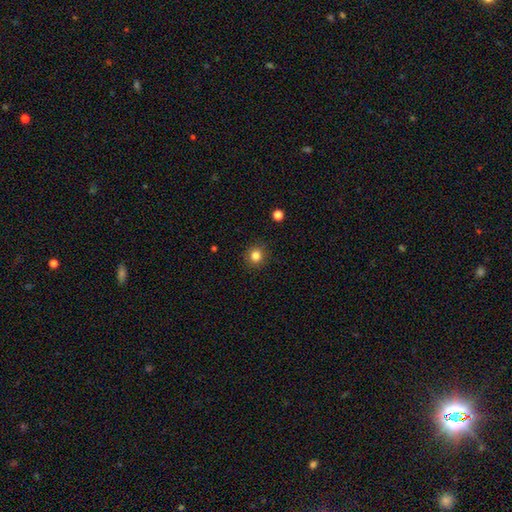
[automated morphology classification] smooth-or-featured: smooth: 83% | star or artifact: 12% | featured or disk: 5%
  how-rounded: round: 90% | in between: 9% | cigar-shaped: 1%
  merging: none: 90% | minor disturbance: 7% | major disturbance: 2% | merger: 1%